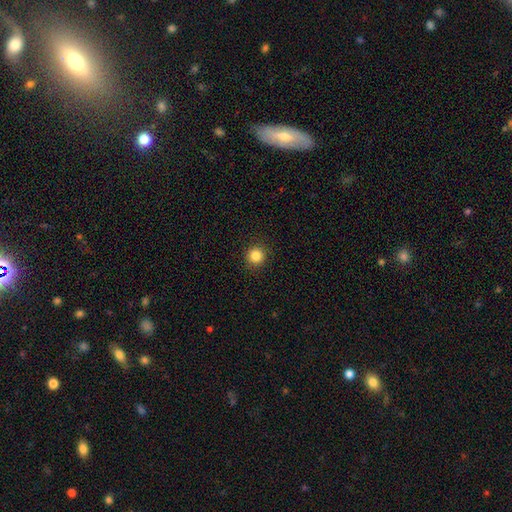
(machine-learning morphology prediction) This is clearly a smooth galaxy (84%). How rounded: clearly round (94%). Merging: clearly none (92%).